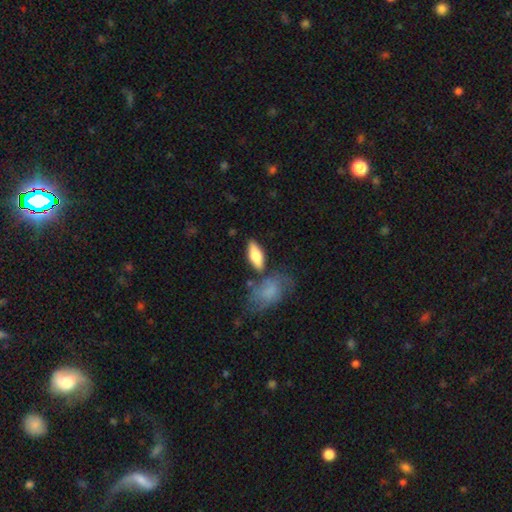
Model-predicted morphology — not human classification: Smooth or featured? Predicted: smooth (p=0.68). How rounded? Predicted: in between (p=0.71). Merging? Predicted: none (p=0.70).